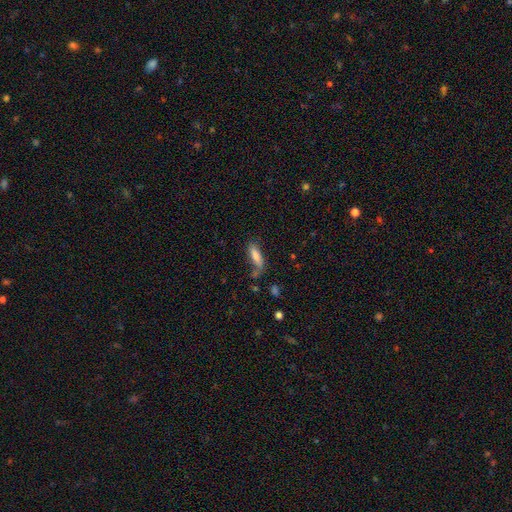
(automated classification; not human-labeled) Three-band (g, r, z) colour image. It shows a smooth galaxy with no disk features (74%) that is cigar-shaped (50%). Merging: none (55%).